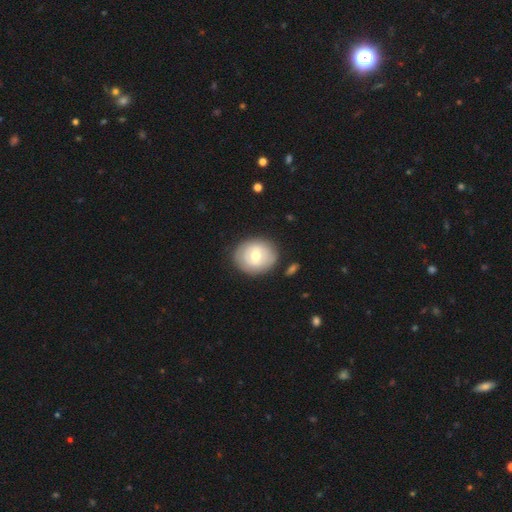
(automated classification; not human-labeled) Q: Smooth or featured?
A: smooth (49%); runner-up: featured or disk (45%)
Q: Merging?
A: none (82%); runner-up: minor disturbance (12%)